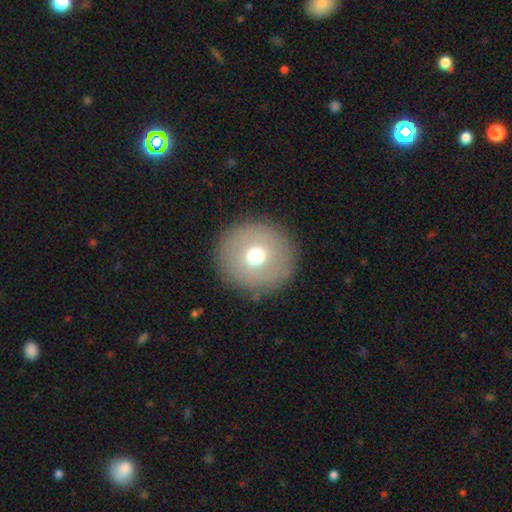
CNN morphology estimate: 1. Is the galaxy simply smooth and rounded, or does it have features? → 64% smooth, 24% featured or disk, 12% star or artifact.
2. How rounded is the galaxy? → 91% round, 8% in between, 1% cigar-shaped.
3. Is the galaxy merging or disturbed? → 88% none, 7% minor disturbance, 4% major disturbance, 1% merger.